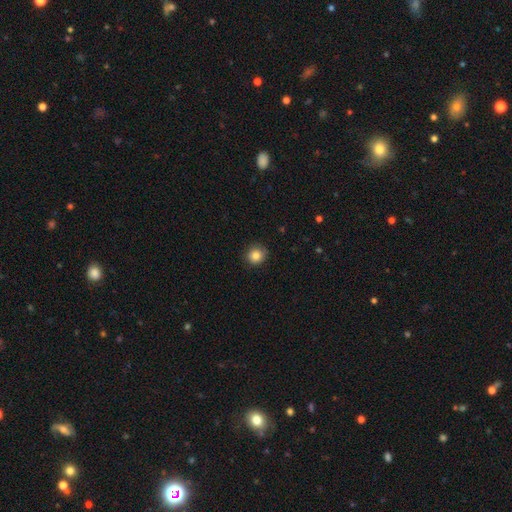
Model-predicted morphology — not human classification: smooth-or-featured: smooth: 84% | star or artifact: 10% | featured or disk: 6%
  how-rounded: round: 87% | in between: 12% | cigar-shaped: 1%
  merging: none: 86% | minor disturbance: 11% | major disturbance: 2% | merger: 1%